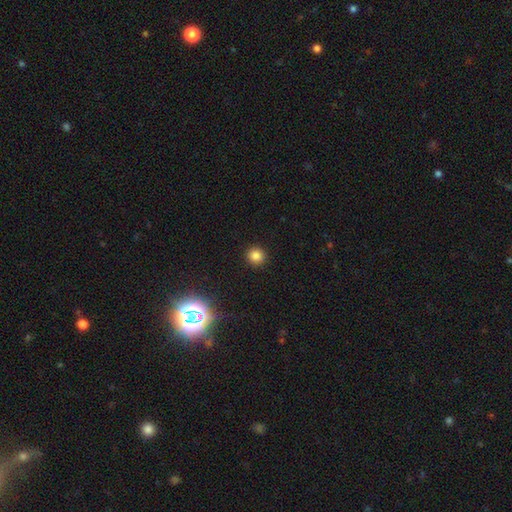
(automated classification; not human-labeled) Q: Smooth or featured?
A: smooth (82%); runner-up: star or artifact (14%)
Q: How rounded?
A: round (93%); runner-up: in between (6%)
Q: Merging?
A: none (92%); runner-up: minor disturbance (5%)